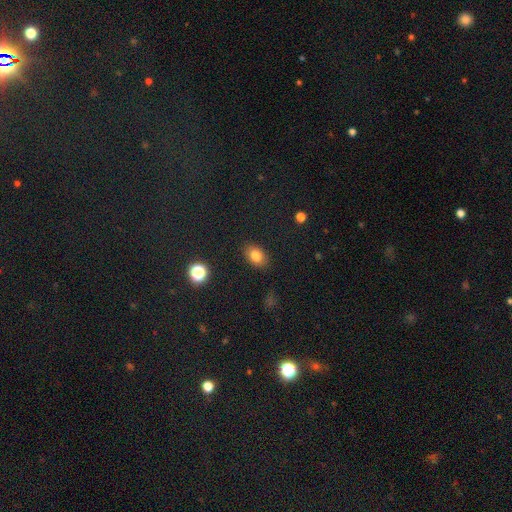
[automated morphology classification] This is likely a smooth galaxy (80%). How rounded: likely in between (78%). Merging: clearly none (87%).